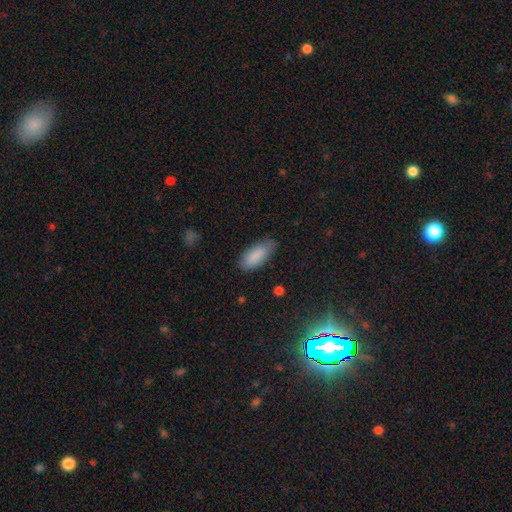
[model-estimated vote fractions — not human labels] A smooth galaxy with no disk features (88%) that is in between round and cigar-shaped (84%). Merging: none (77%).